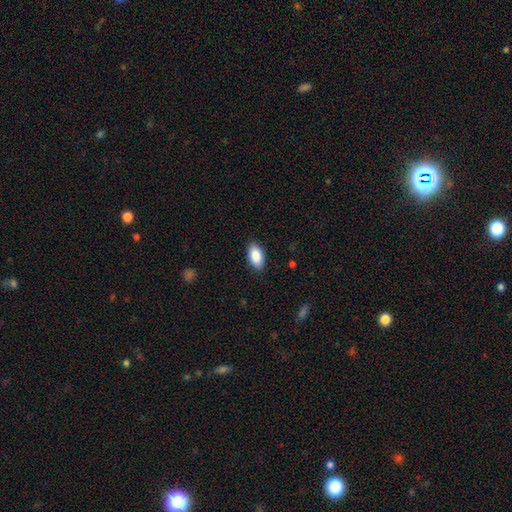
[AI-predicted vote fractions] Smooth or featured?
  - smooth: 88% *
  - star or artifact: 6%
  - featured or disk: 6%
How rounded?
  - in between: 94% *
  - cigar-shaped: 4%
  - round: 3%
Merging?
  - none: 88% *
  - minor disturbance: 9%
  - major disturbance: 2%
  - merger: 1%